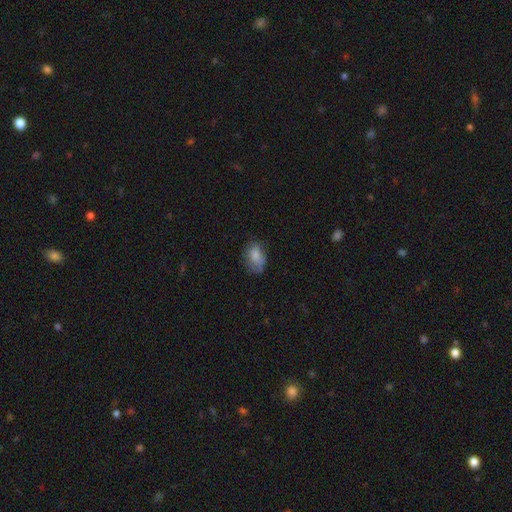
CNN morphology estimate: A smooth galaxy with no disk features (80%) that is in between round and cigar-shaped (85%). Merging: none (55%).